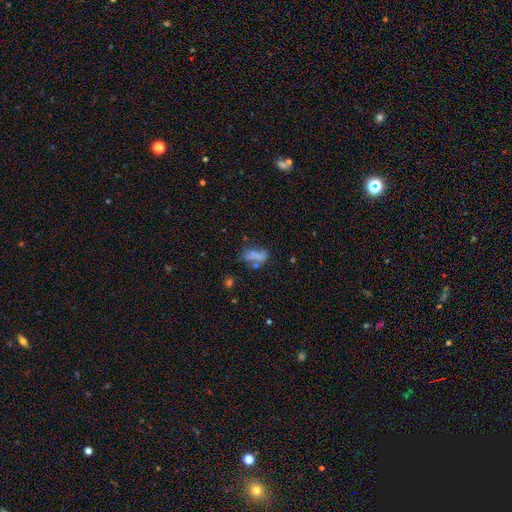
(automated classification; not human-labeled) A smooth galaxy with no disk features (57%) that is in between round and cigar-shaped (76%).

Vote fractions:
- Smooth or featured? smooth: 57% / featured or disk: 28% / star or artifact: 15%
- How rounded? in between: 76% / cigar-shaped: 15% / round: 9%
- Merging? none: 37% / minor disturbance: 22% / major disturbance: 21% / merger: 20%